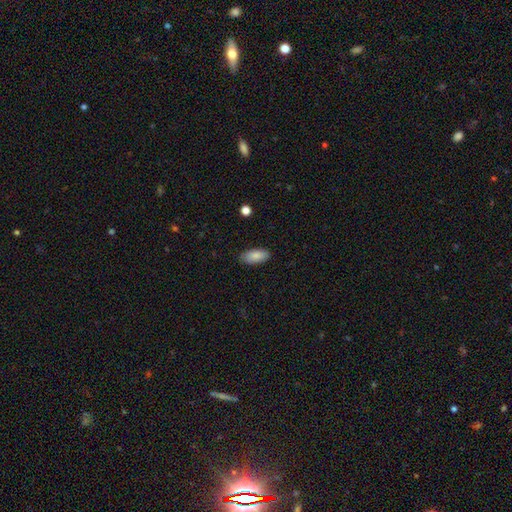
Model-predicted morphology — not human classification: A smooth galaxy with no disk features (85%) that is in between round and cigar-shaped (90%).

Vote fractions:
- Smooth or featured? smooth: 85% / featured or disk: 9% / star or artifact: 6%
- How rounded? in between: 90% / cigar-shaped: 8% / round: 2%
- Merging? none: 85% / minor disturbance: 11% / major disturbance: 2% / merger: 1%